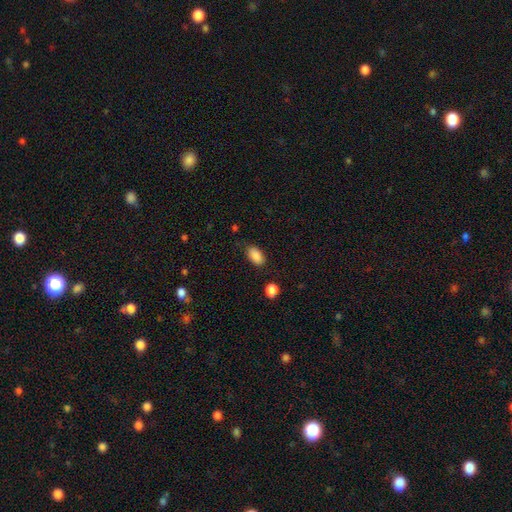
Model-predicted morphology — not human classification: A smooth galaxy with no disk features (88%) that is in between round and cigar-shaped (92%). Merging: none (81%).